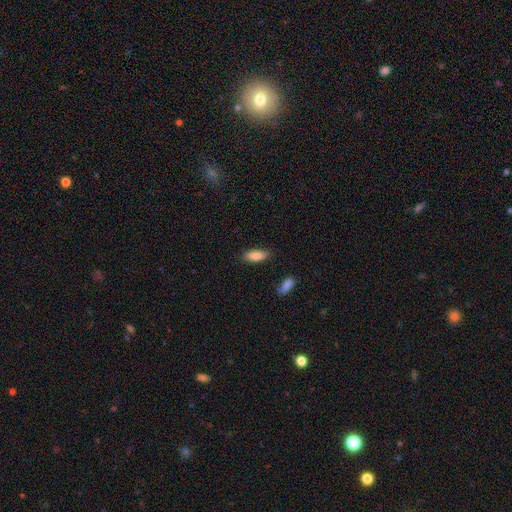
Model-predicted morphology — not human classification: The model was most divided on "how rounded": in between: 68%, cigar-shaped: 30%, round: 2%. More confident: smooth or featured — smooth (85%); merging — none (83%).